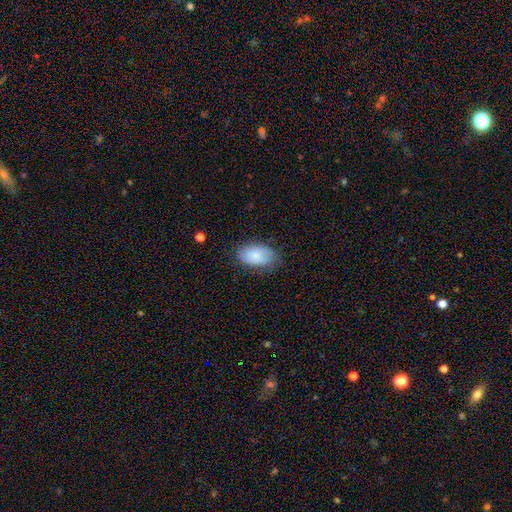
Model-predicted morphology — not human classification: Smooth or featured: smooth — 83% (featured or disk — 11%)
How rounded: in between — 93% (round — 5%)
Merging: none — 73% (minor disturbance — 21%)